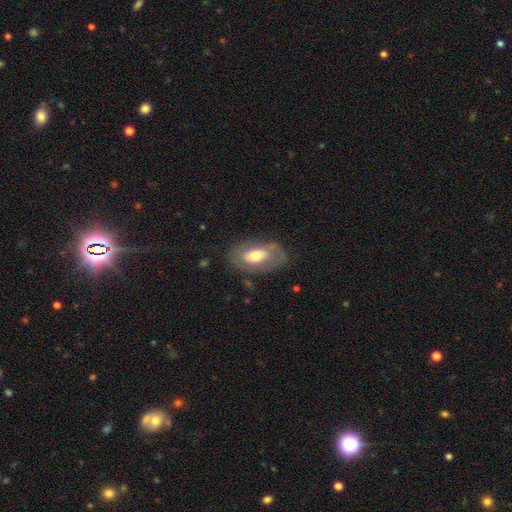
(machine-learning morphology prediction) type=smooth (55%); roundness=in between (91%); merging=none (69%).